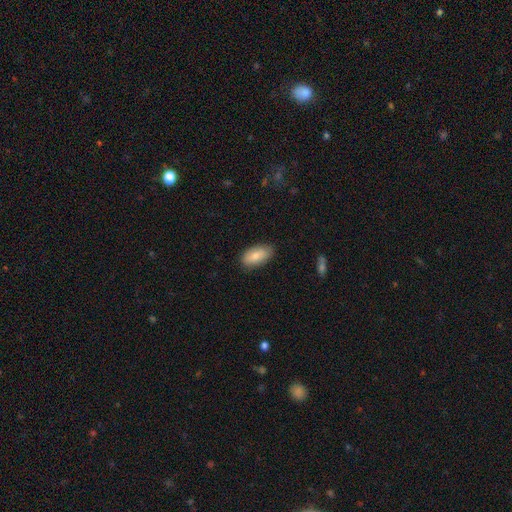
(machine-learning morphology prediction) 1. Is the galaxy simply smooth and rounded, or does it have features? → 83% smooth, 11% featured or disk, 6% star or artifact.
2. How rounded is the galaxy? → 92% in between, 5% cigar-shaped, 3% round.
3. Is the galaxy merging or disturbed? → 84% none, 13% minor disturbance, 2% major disturbance, 1% merger.